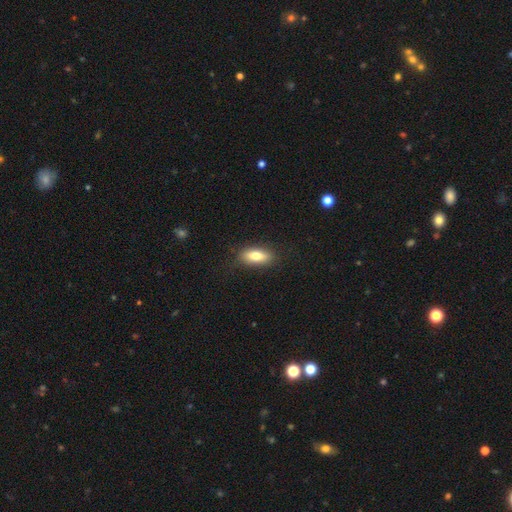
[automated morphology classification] The model was most divided on "smooth or featured": smooth: 77%, featured or disk: 16%, star or artifact: 7%. More confident: merging — none (84%); how rounded — in between (79%).